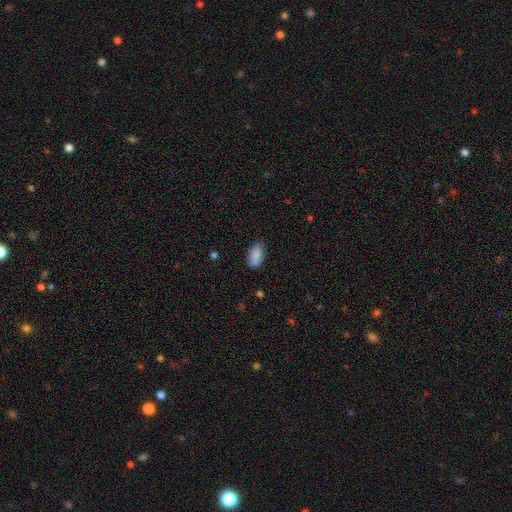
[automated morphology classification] A smooth galaxy with no disk features (87%) that is in between round and cigar-shaped (90%).

Vote fractions:
- Smooth or featured? smooth: 87% / star or artifact: 7% / featured or disk: 6%
- How rounded? in between: 90% / cigar-shaped: 7% / round: 3%
- Merging? none: 76% / minor disturbance: 19% / major disturbance: 3% / merger: 2%